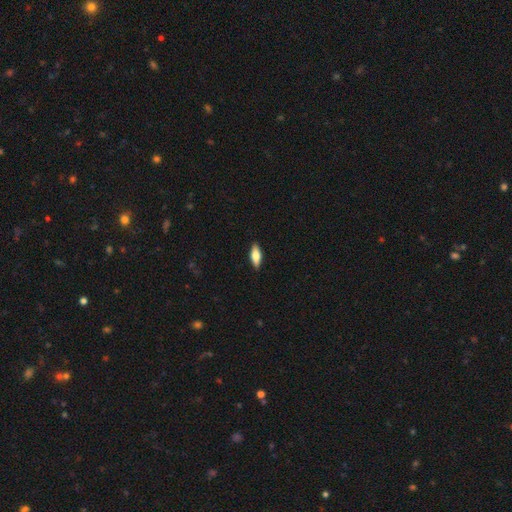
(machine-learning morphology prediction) smooth 67%, featured or disk 26%, star or artifact 6%. Down the decision tree: how rounded — in between (65%); merging — none (89%).